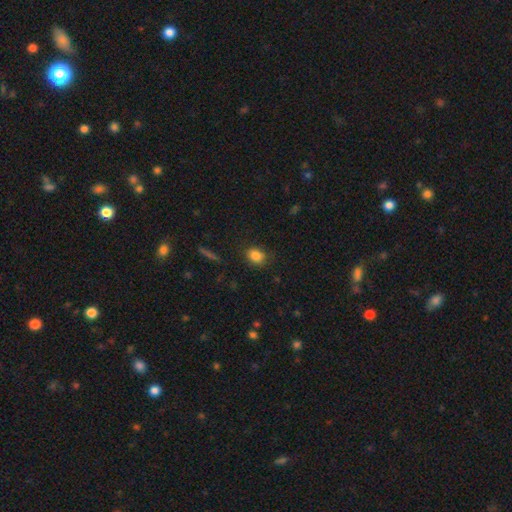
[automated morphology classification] Smooth or featured? Predicted: smooth (p=0.84). How rounded? Predicted: in between (p=0.55). Merging? Predicted: none (p=0.80).